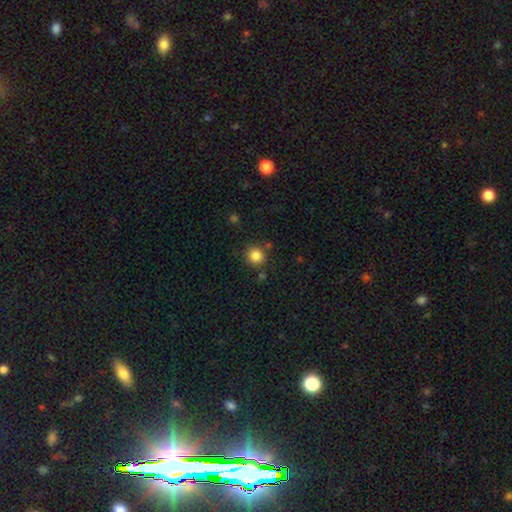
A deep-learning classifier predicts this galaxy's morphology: smooth 85%, star or artifact 11%, featured or disk 4%. Down the decision tree: how rounded — round (91%); merging — none (82%).